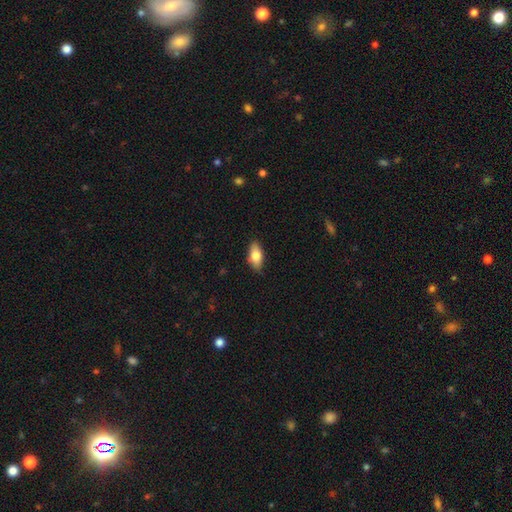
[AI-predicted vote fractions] Smooth or featured?
  - smooth: 75% *
  - featured or disk: 19%
  - star or artifact: 7%
How rounded?
  - in between: 86% *
  - cigar-shaped: 10%
  - round: 4%
Merging?
  - none: 86% *
  - minor disturbance: 11%
  - major disturbance: 2%
  - merger: 1%